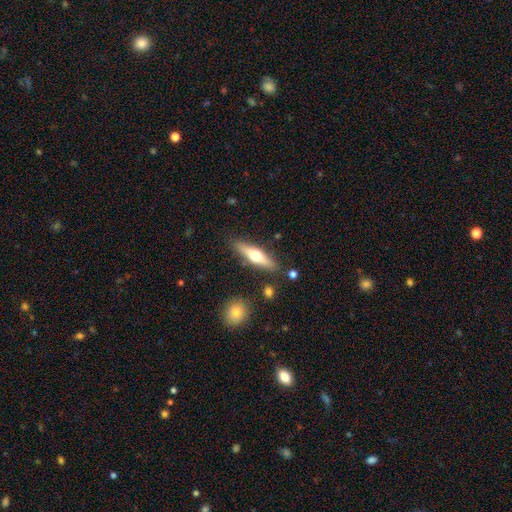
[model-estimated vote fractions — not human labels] Q: Smooth or featured?
A: featured or disk (49%); runner-up: smooth (45%)
Q: Merging?
A: none (85%); runner-up: minor disturbance (10%)